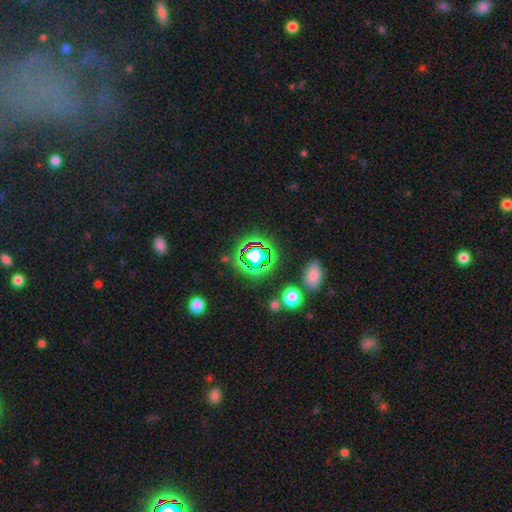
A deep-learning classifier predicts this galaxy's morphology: smooth_or_featured: star or artifact (p=0.62) [alt: smooth p=0.27]